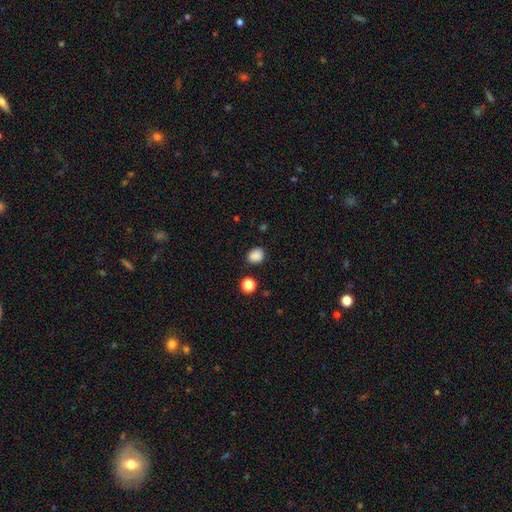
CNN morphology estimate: The model was most divided on "how rounded": round: 56%, in between: 43%, cigar-shaped: 1%. More confident: smooth or featured — smooth (86%); merging — none (81%).